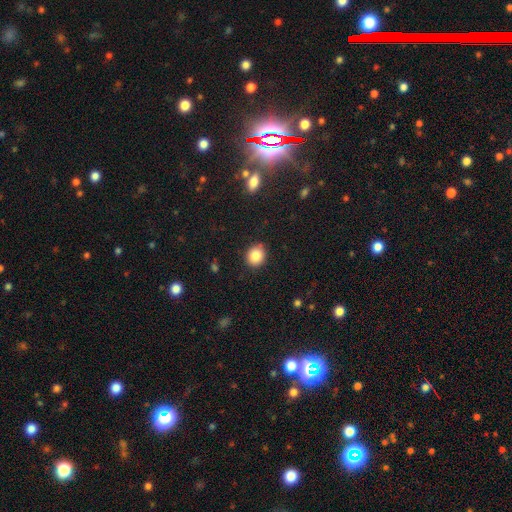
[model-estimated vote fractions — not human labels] Q: Smooth or featured?
A: smooth (85%); runner-up: star or artifact (9%)
Q: How rounded?
A: round (75%); runner-up: in between (24%)
Q: Merging?
A: none (88%); runner-up: minor disturbance (8%)